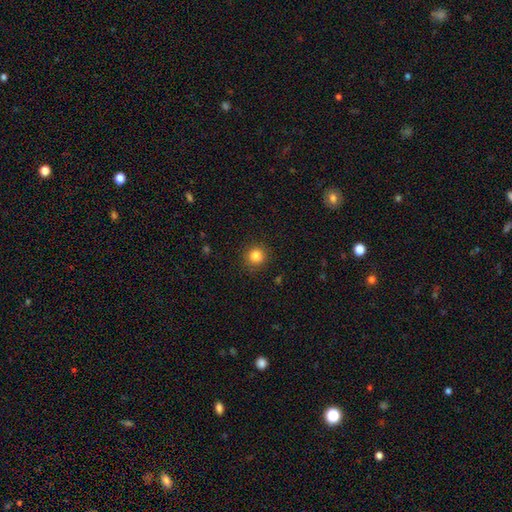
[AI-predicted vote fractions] The model was most divided on "smooth or featured": smooth: 83%, star or artifact: 12%, featured or disk: 5%. More confident: how rounded — round (94%); merging — none (90%).